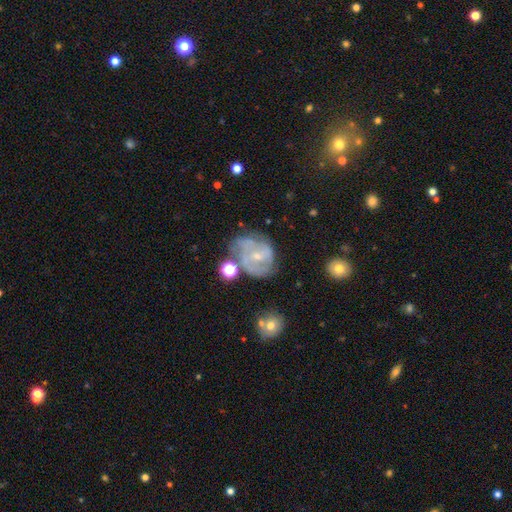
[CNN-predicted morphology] Overall: featured or disk (75%). Edge-on disk: no (97%). Bar: weak (43%, tied with no). Spiral arms: yes (85%). Spiral arm count: 2 (42%; can't tell 28%). Spiral winding: medium (45%; tight 36%). Bulge size: small (69%). Merging: none (52%; minor disturbance 24%).